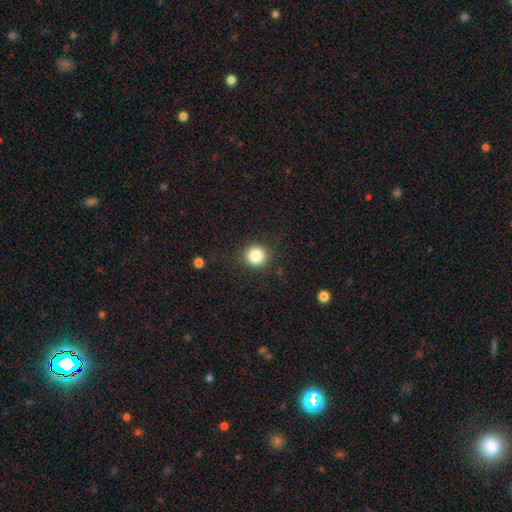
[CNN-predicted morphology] The model was most divided on "smooth or featured": smooth: 86%, star or artifact: 10%, featured or disk: 4%. More confident: how rounded — round (93%); merging — none (88%).